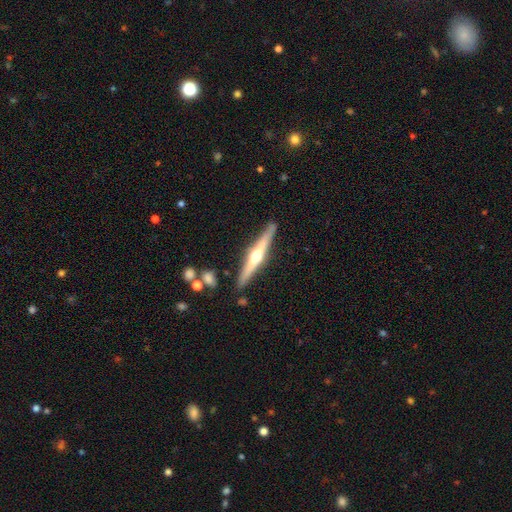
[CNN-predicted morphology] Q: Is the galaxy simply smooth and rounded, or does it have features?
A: featured or disk — 72%.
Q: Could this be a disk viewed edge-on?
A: yes — 97%.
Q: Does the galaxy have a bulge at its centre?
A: rounded — 93%.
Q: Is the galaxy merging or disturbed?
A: none — 87%.